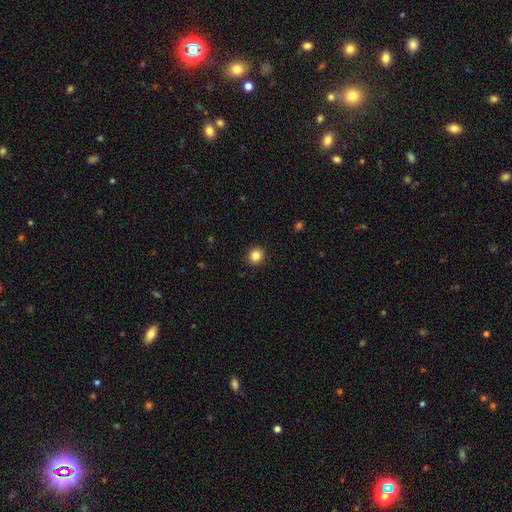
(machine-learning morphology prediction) This is clearly a smooth galaxy (85%). How rounded: clearly round (92%). Merging: clearly none (93%).